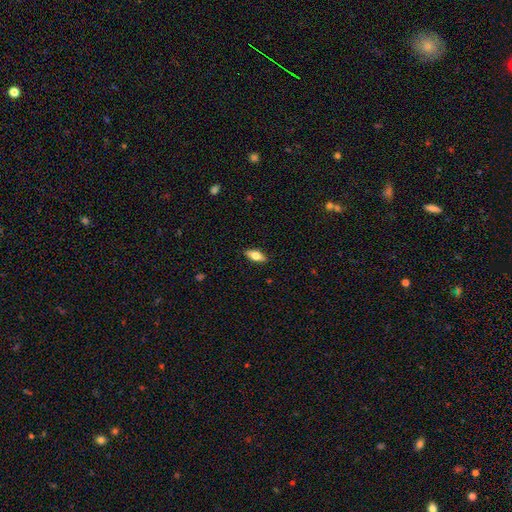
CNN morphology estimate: This appears to be a smooth galaxy with no disk features (60%) that is in between round and cigar-shaped (77%). Merging: none (87%).